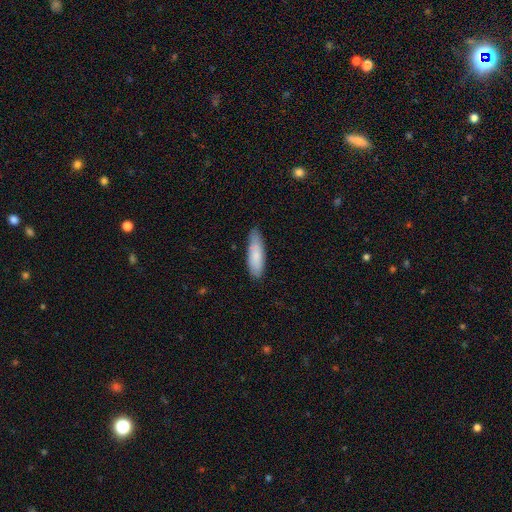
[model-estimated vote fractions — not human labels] A smooth galaxy with no disk features (80%) that is cigar-shaped (50%). Merging: none (71%).